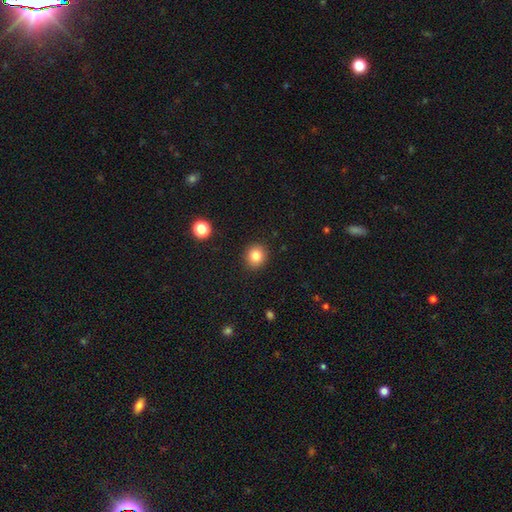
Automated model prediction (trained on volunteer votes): The model was most divided on "how rounded": round: 85%, in between: 14%, cigar-shaped: 1%. More confident: merging — none (91%); smooth or featured — smooth (83%).